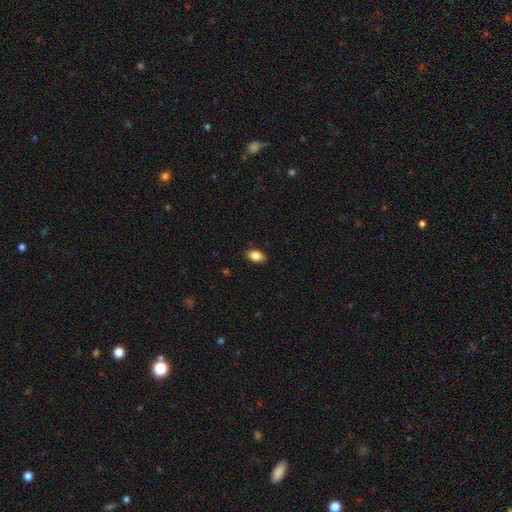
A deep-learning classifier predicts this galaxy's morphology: type=smooth (85%); roundness=in between (91%); merging=none (88%).